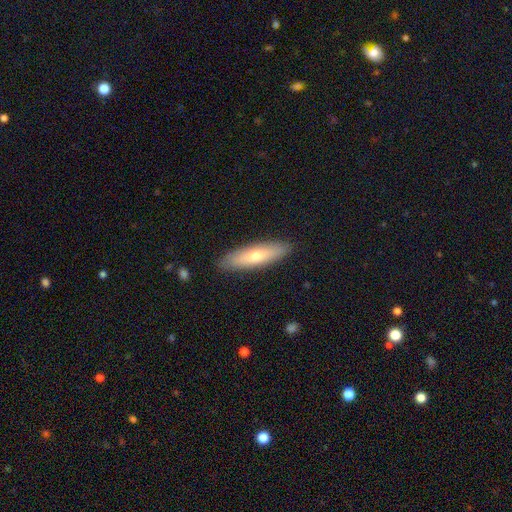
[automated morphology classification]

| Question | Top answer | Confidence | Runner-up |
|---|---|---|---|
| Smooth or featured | smooth | 58% | featured or disk (34%) |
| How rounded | cigar-shaped | 70% | in between (28%) |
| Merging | none | 89% | minor disturbance (8%) |